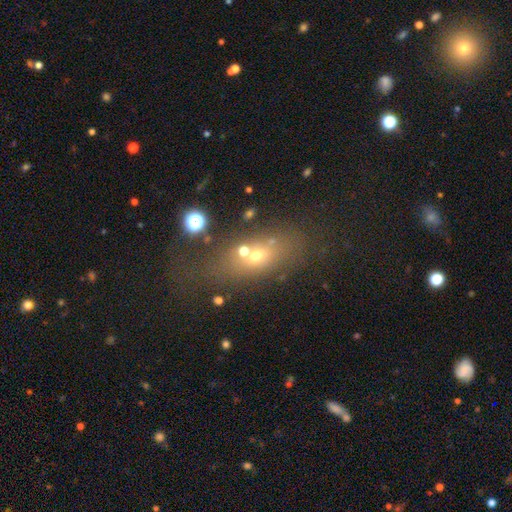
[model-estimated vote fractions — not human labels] Q: Smooth or featured?
A: smooth (51%); runner-up: featured or disk (28%)
Q: How rounded?
A: in between (63%); runner-up: round (22%)
Q: Merging?
A: none (51%); runner-up: merger (22%)